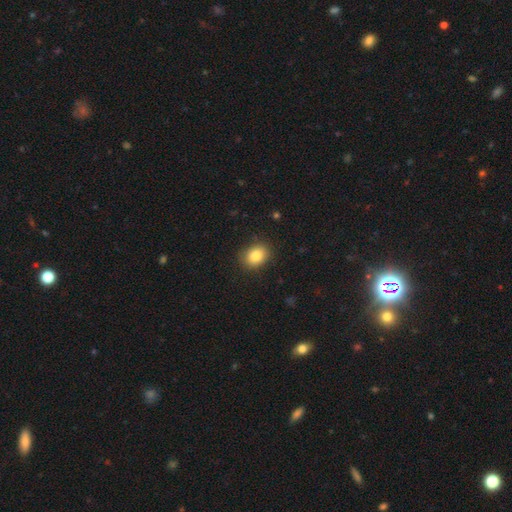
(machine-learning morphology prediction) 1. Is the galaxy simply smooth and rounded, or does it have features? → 85% smooth, 9% star or artifact, 6% featured or disk.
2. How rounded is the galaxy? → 58% in between, 41% round, 1% cigar-shaped.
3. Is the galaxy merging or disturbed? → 87% none, 9% minor disturbance, 3% major disturbance, 1% merger.